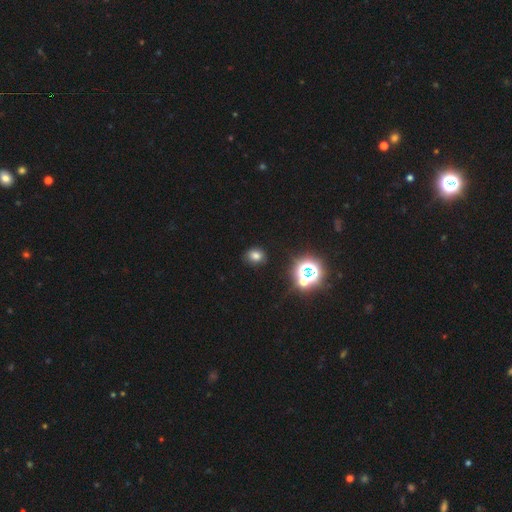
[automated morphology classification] Q: Smooth or featured?
A: smooth (71%); runner-up: star or artifact (22%)
Q: How rounded?
A: round (54%); runner-up: in between (45%)
Q: Merging?
A: none (85%); runner-up: minor disturbance (10%)